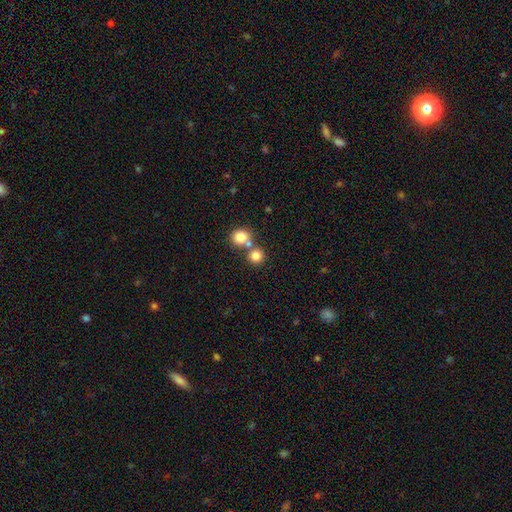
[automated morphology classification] smooth-or-featured: smooth: 81% | star or artifact: 12% | featured or disk: 7%
  how-rounded: round: 89% | in between: 10% | cigar-shaped: 1%
  merging: none: 58% | merger: 33% | minor disturbance: 6% | major disturbance: 3%